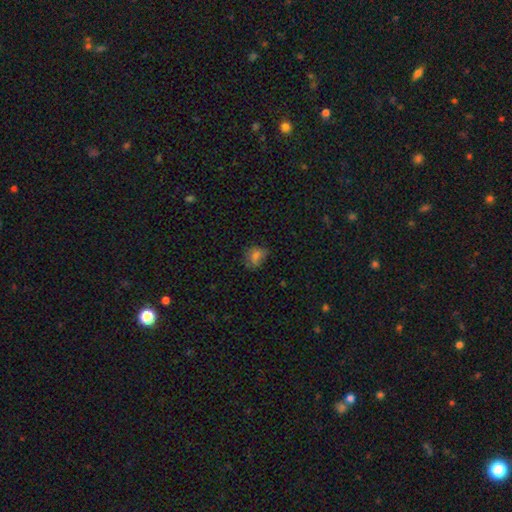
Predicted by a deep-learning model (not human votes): Smooth or featured? smooth (72%)
How rounded? round (54%)
Merging? none (67%)